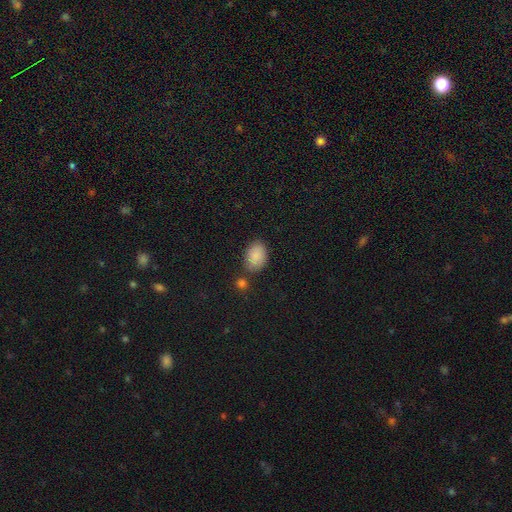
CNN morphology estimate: Smooth or featured?
  - smooth: 88% *
  - star or artifact: 7%
  - featured or disk: 5%
How rounded?
  - in between: 86% *
  - round: 12%
  - cigar-shaped: 1%
Merging?
  - none: 72% *
  - minor disturbance: 16%
  - merger: 8%
  - major disturbance: 4%